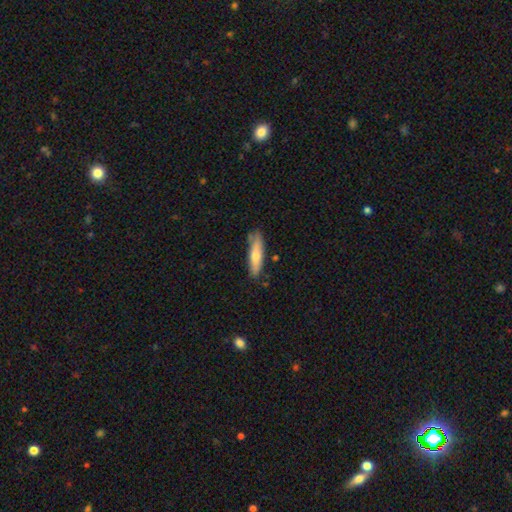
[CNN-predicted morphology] smooth 68%, featured or disk 27%, star or artifact 6%. Down the decision tree: how rounded — cigar-shaped (71%); merging — none (76%).